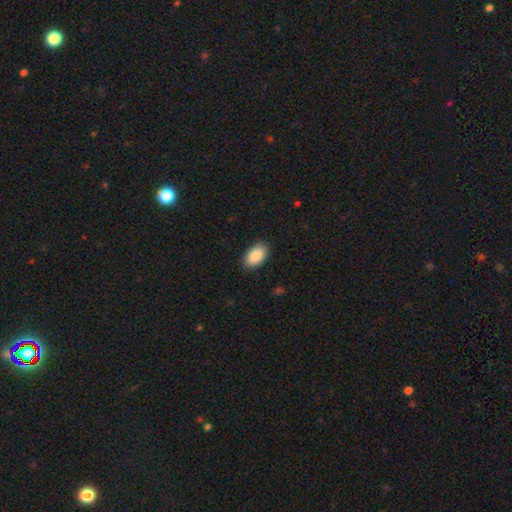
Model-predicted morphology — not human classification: Smooth or featured? Predicted: smooth (p=0.89). How rounded? Predicted: in between (p=0.93). Merging? Predicted: none (p=0.88).